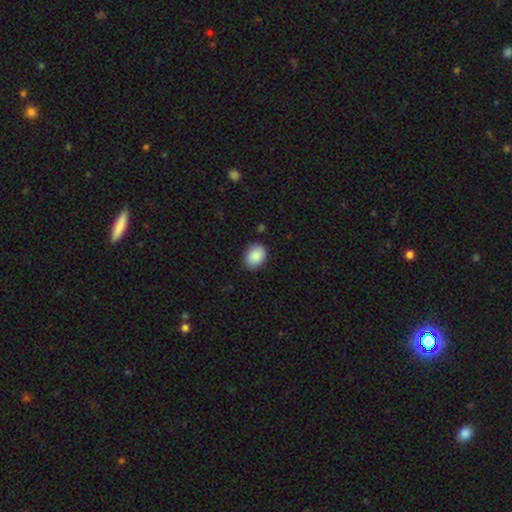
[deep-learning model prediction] smooth 89%, star or artifact 7%, featured or disk 4%. Down the decision tree: how rounded — in between (59%); merging — none (85%).